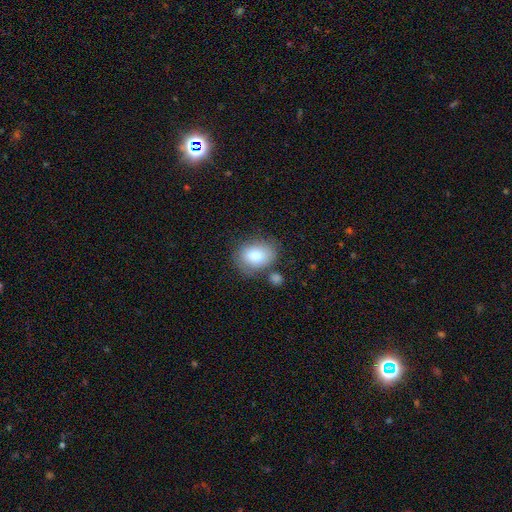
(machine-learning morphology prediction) Smooth or featured?
  - smooth: 81% *
  - featured or disk: 11%
  - star or artifact: 7%
How rounded?
  - in between: 69% *
  - round: 30%
  - cigar-shaped: 1%
Merging?
  - none: 66% *
  - minor disturbance: 18%
  - merger: 10%
  - major disturbance: 5%